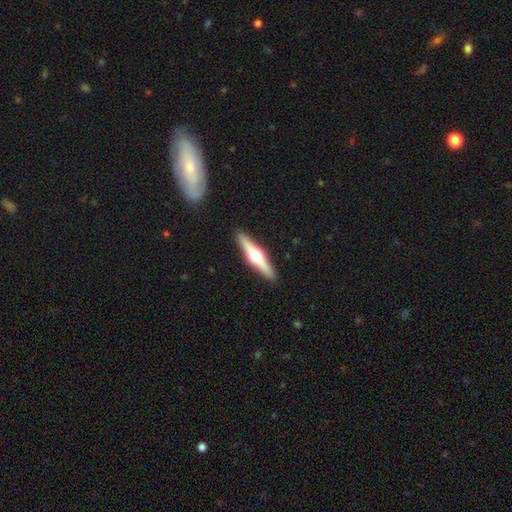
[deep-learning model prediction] Smooth or featured? featured or disk (68%)
Edge-on disk? yes (97%)
Edge-on bulge? rounded (96%)
Merging? none (91%)